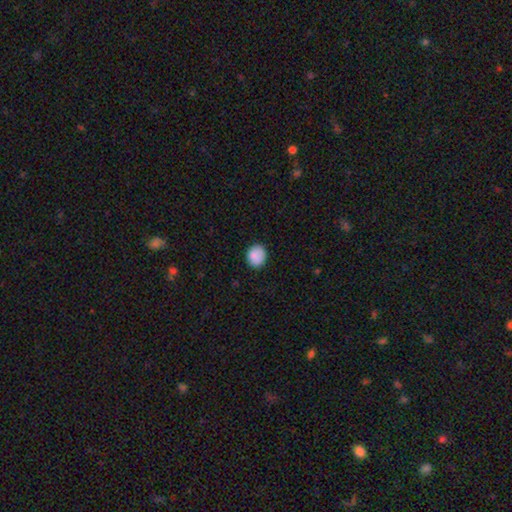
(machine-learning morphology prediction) Q: Smooth or featured?
A: smooth (86%); runner-up: star or artifact (8%)
Q: How rounded?
A: round (68%); runner-up: in between (32%)
Q: Merging?
A: none (82%); runner-up: minor disturbance (14%)